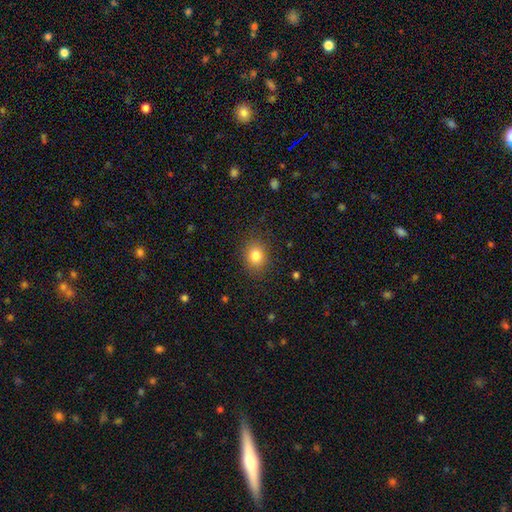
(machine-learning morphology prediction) The model was most divided on "how rounded": round: 63%, in between: 36%, cigar-shaped: 1%. More confident: merging — none (86%); smooth or featured — smooth (82%).